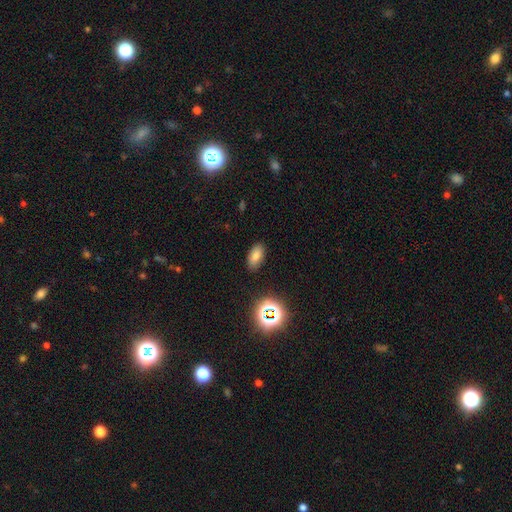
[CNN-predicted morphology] smooth-or-featured: smooth: 74% | star or artifact: 16% | featured or disk: 10%
  how-rounded: in between: 90% | round: 6% | cigar-shaped: 4%
  merging: none: 86% | minor disturbance: 10% | major disturbance: 3% | merger: 2%